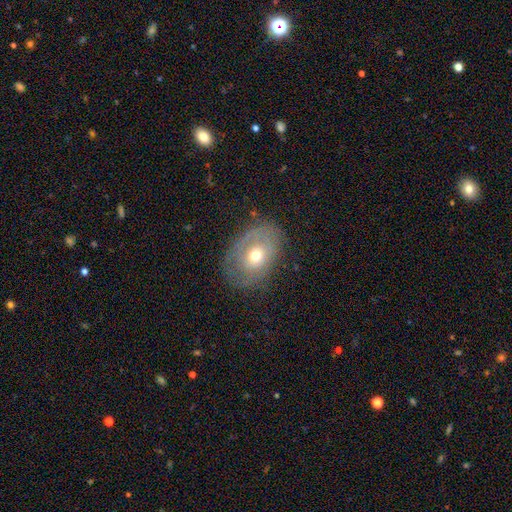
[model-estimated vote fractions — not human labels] Morphology: type=smooth (48%); merging=none (71%).